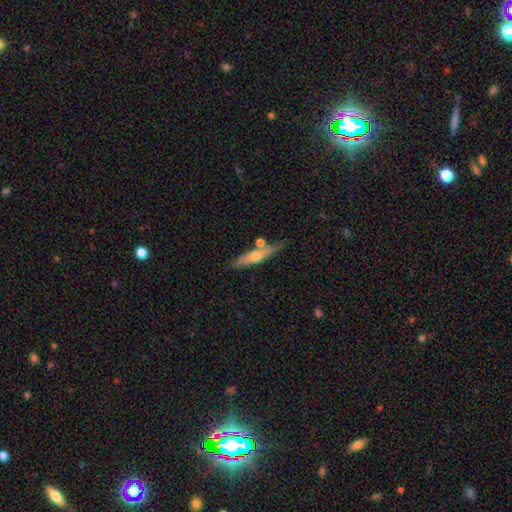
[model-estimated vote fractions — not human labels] The model was most divided on "smooth or featured": featured or disk: 48%, smooth: 46%, star or artifact: 6%. More confident: merging — none (67%).